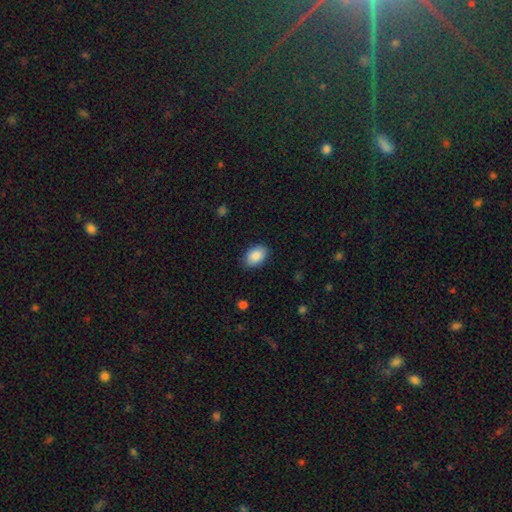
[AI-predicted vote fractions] smooth 89%, star or artifact 7%, featured or disk 4%. Down the decision tree: how rounded — in between (87%); merging — none (86%).